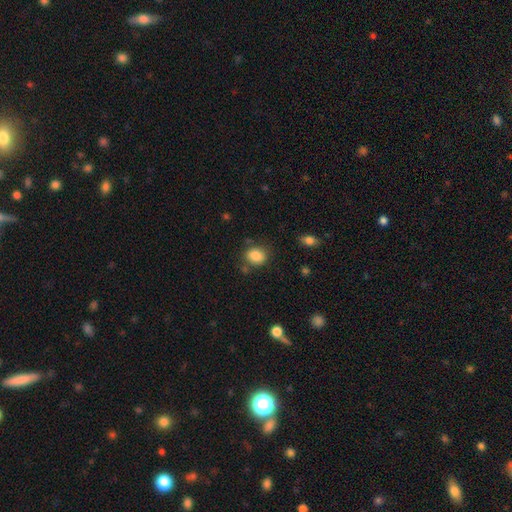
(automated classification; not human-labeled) Q: Smooth or featured?
A: smooth (85%); runner-up: star or artifact (9%)
Q: How rounded?
A: round (53%); runner-up: in between (46%)
Q: Merging?
A: none (75%); runner-up: minor disturbance (15%)